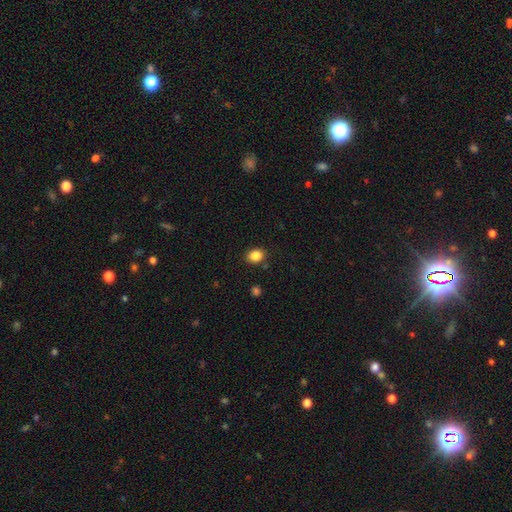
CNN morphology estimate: A smooth galaxy with no disk features (86%) that is round (51%). Merging: none (87%).